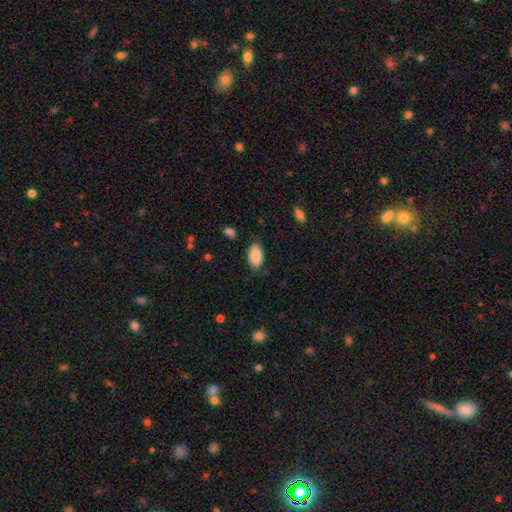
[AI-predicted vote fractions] Smooth or featured? Predicted: smooth (p=0.86). How rounded? Predicted: in between (p=0.94). Merging? Predicted: none (p=0.74).